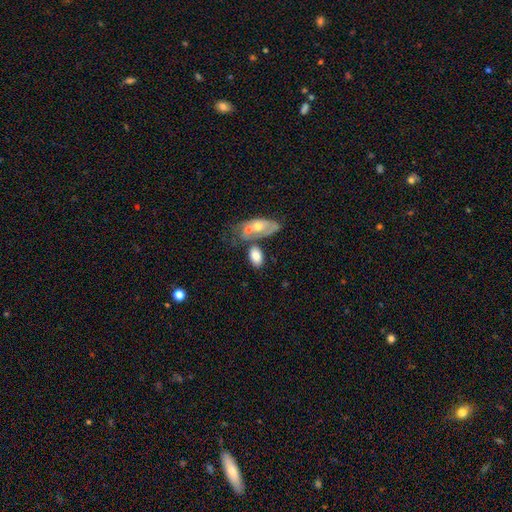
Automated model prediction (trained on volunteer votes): Smooth or featured? Predicted: smooth (p=0.72). How rounded? Predicted: in between (p=0.91). Merging? Predicted: none (p=0.43).